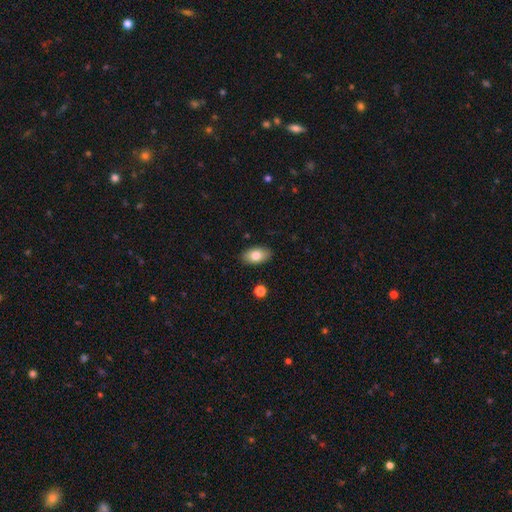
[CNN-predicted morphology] A smooth galaxy with no disk features (80%) that is in between round and cigar-shaped (92%).

Vote fractions:
- Smooth or featured? smooth: 80% / featured or disk: 13% / star or artifact: 7%
- How rounded? in between: 92% / round: 6% / cigar-shaped: 2%
- Merging? none: 88% / minor disturbance: 9% / major disturbance: 2% / merger: 1%